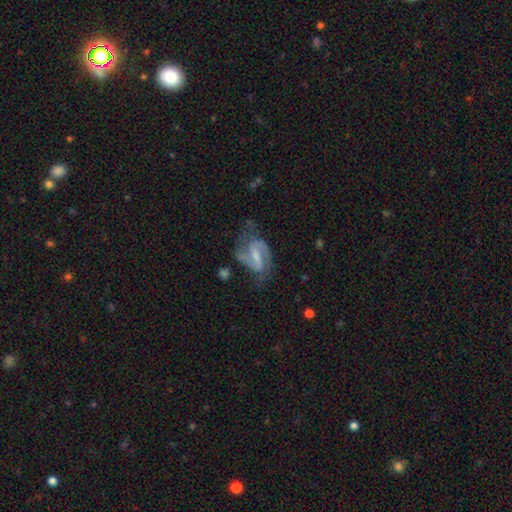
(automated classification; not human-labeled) This appears to be a featured or disk galaxy (83%) with a weak bar (46%), 2 (87%) medium (51%) spiral arms (94%) and a small central bulge (44%). Merging: none (54%).